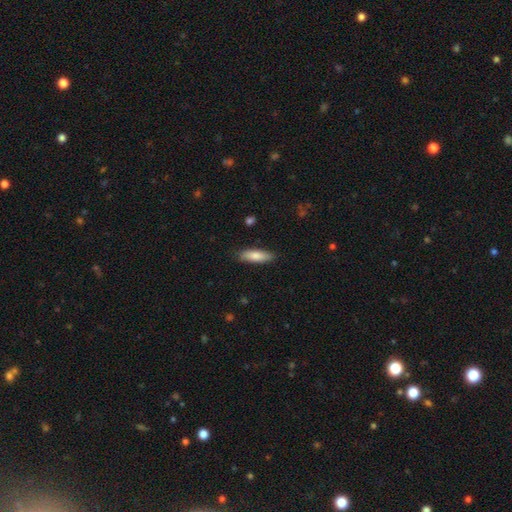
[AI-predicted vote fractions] Smooth or featured?
  - smooth: 80% *
  - featured or disk: 14%
  - star or artifact: 6%
How rounded?
  - cigar-shaped: 51% *
  - in between: 48%
  - round: 2%
Merging?
  - none: 86% *
  - minor disturbance: 10%
  - major disturbance: 2%
  - merger: 1%